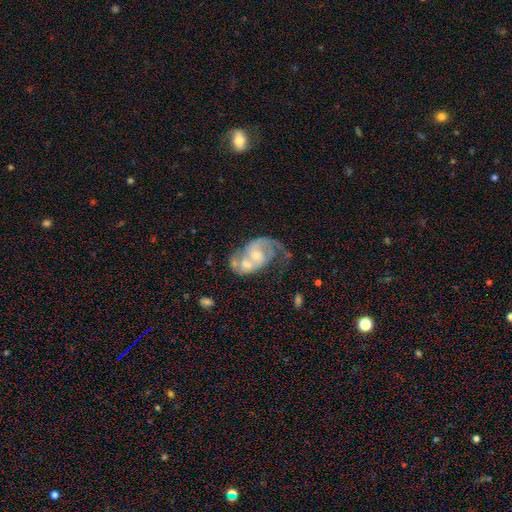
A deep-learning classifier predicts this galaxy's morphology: type=featured or disk (79%); edge-on=no (97%); bar=no (61%); spiral arms=yes (87%); winding=medium (45%); arm count=2 (66%); bulge=moderate (49%); merging=merger (38%).